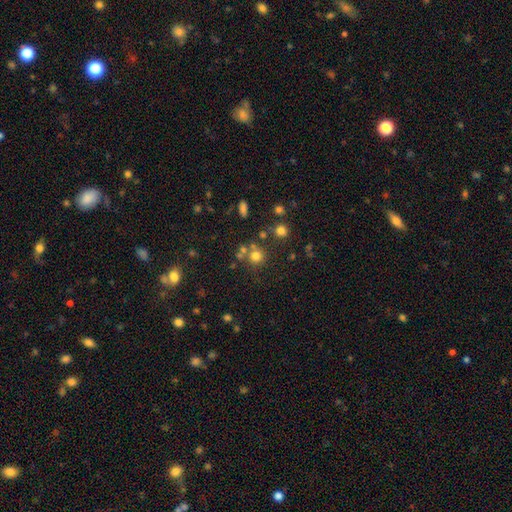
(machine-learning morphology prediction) The model was most divided on "merging": none: 64%, merger: 22%, minor disturbance: 10%, major disturbance: 5%. More confident: how rounded — round (89%); smooth or featured — smooth (71%).